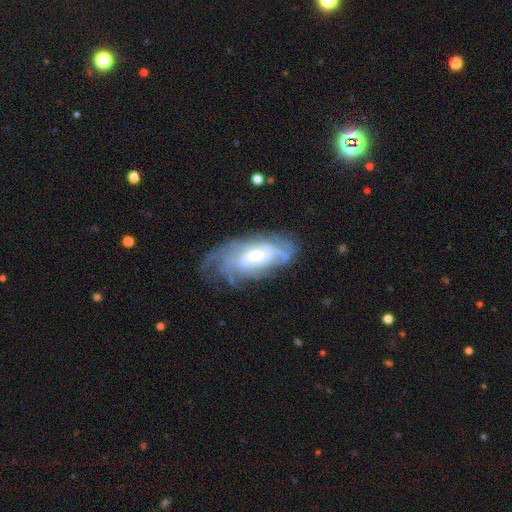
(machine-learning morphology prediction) Q: Smooth or featured?
A: featured or disk (76%); runner-up: smooth (17%)
Q: Edge-on disk?
A: no (91%); runner-up: yes (9%)
Q: Bar?
A: no (59%); runner-up: weak (32%)
Q: Spiral arms?
A: yes (86%); runner-up: no (14%)
Q: Spiral winding?
A: tight (62%); runner-up: medium (28%)
Q: Spiral arm count?
A: can't tell (58%); runner-up: 2 (11%)
Q: Bulge size?
A: moderate (47%); runner-up: small (44%)
Q: Merging?
A: none (61%); runner-up: minor disturbance (24%)